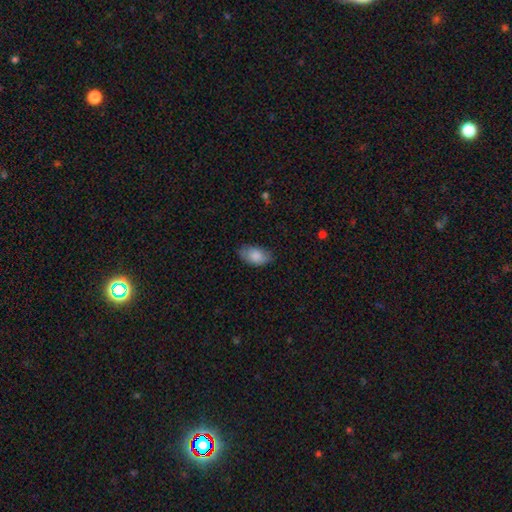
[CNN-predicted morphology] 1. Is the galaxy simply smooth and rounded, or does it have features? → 85% smooth, 9% featured or disk, 7% star or artifact.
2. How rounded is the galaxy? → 93% in between, 5% round, 2% cigar-shaped.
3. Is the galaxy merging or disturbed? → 76% none, 19% minor disturbance, 4% major disturbance, 1% merger.